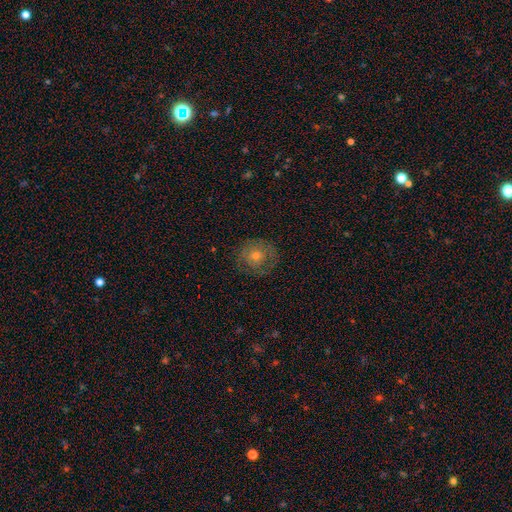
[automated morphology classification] Smooth or featured?
  - smooth: 48% *
  - featured or disk: 39%
  - star or artifact: 13%
Merging?
  - none: 78% *
  - minor disturbance: 15%
  - major disturbance: 6%
  - merger: 1%